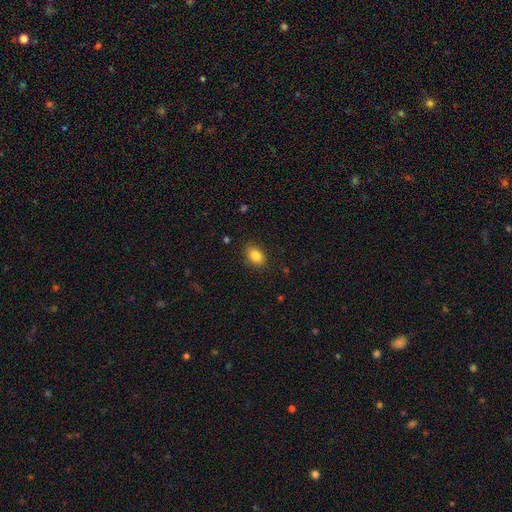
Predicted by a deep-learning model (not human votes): smooth 84%, star or artifact 9%, featured or disk 7%. Down the decision tree: how rounded — in between (82%); merging — none (86%).